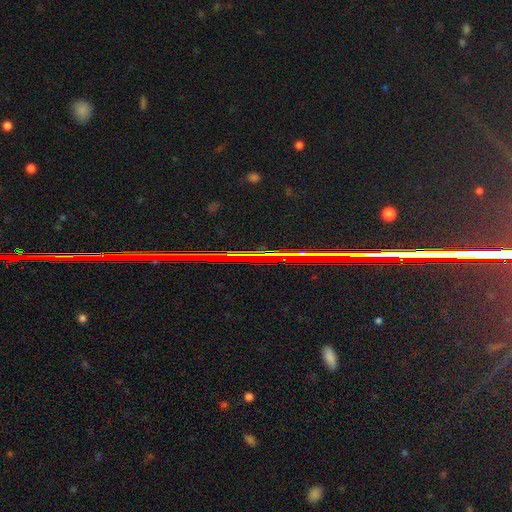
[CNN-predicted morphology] A star or artifact, not a galaxy (86%).

Vote fractions:
- Smooth or featured? star or artifact: 86% / featured or disk: 8% / smooth: 6%